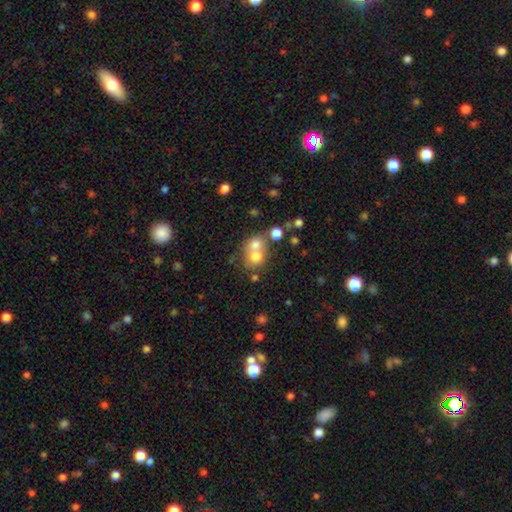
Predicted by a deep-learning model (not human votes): This appears to be a smooth galaxy with no disk features (69%) that is round (73%). Merging: merger (61%).